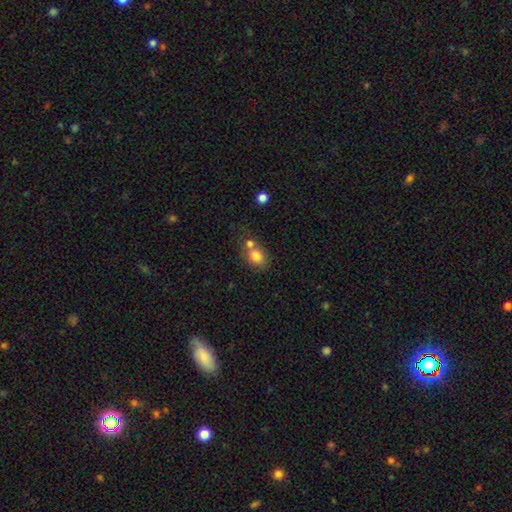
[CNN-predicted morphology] Smooth or featured: smooth — 79% (featured or disk — 12%)
How rounded: in between — 57% (round — 41%)
Merging: none — 42% (merger — 41%)